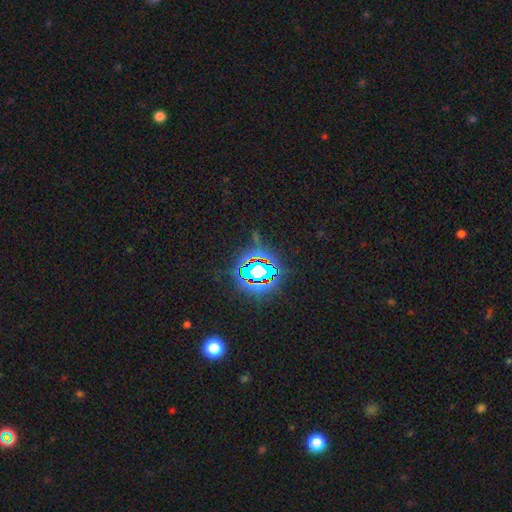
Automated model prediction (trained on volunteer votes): Smooth or featured? star or artifact (80%)